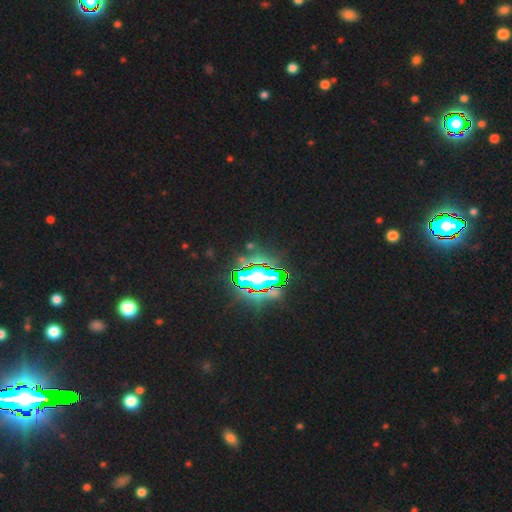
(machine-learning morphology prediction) This appears to be a star or artifact, not a galaxy (79%).